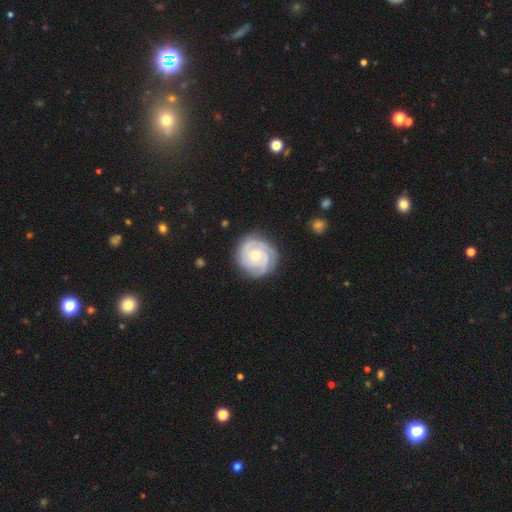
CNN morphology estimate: Smooth or featured? featured or disk (81%)
Edge-on disk? no (98%)
Bar? no (76%)
Spiral arms? yes (94%)
Spiral winding? tight (75%)
Spiral arm count? 3 (36%)
Bulge size? moderate (52%)
Merging? none (82%)